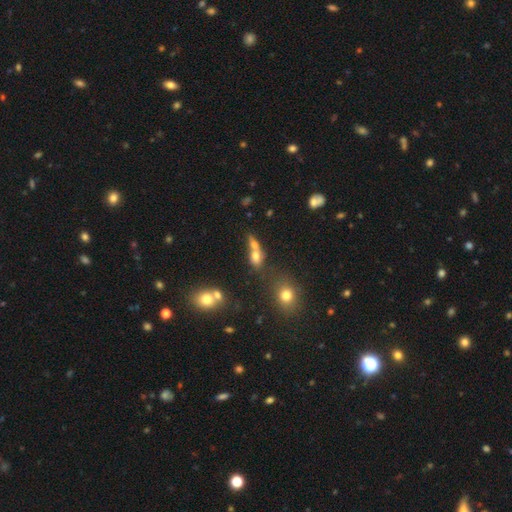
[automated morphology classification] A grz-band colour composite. It shows a smooth galaxy with no disk features (67%) that is in between round and cigar-shaped (62%). Merging: merger (60%).